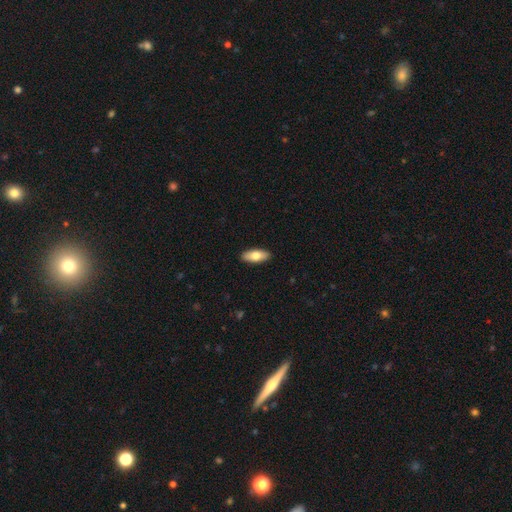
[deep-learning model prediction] The model was most divided on "smooth or featured": smooth: 73%, featured or disk: 21%, star or artifact: 6%. More confident: merging — none (90%); how rounded — in between (79%).